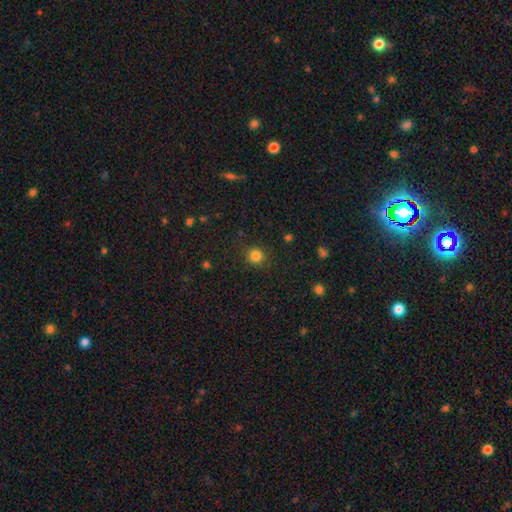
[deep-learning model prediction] smooth_or_featured: smooth (p=0.83) [alt: star or artifact p=0.13]
how_rounded: round (p=0.88) [alt: in between p=0.11]
merging: none (p=0.86) [alt: minor disturbance p=0.09]